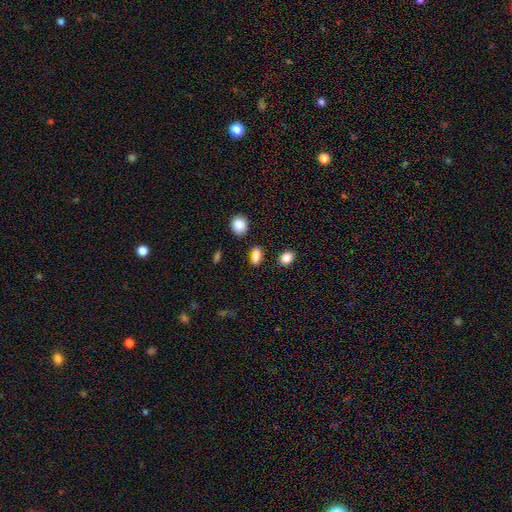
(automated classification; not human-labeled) Smooth or featured?
  - smooth: 84% *
  - star or artifact: 10%
  - featured or disk: 6%
How rounded?
  - in between: 77% *
  - round: 16%
  - cigar-shaped: 7%
Merging?
  - none: 81% *
  - minor disturbance: 11%
  - merger: 5%
  - major disturbance: 3%